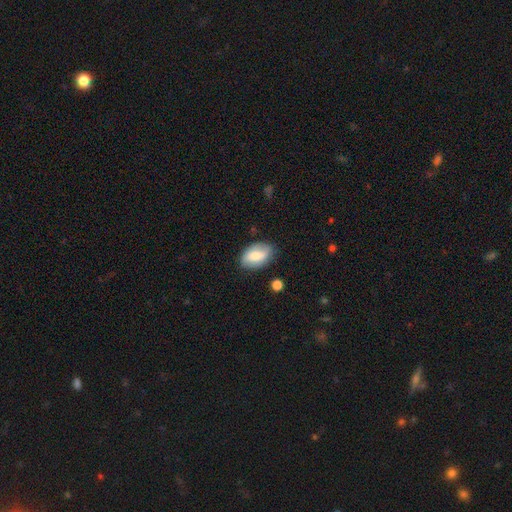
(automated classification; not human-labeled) smooth 66%, featured or disk 28%, star or artifact 7%. Down the decision tree: how rounded — in between (91%); merging — none (77%).